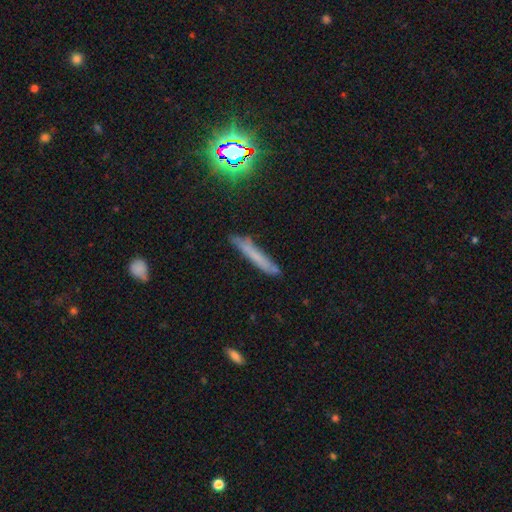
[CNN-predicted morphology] This is possibly a smooth galaxy (58%). How rounded: clearly cigar-shaped (94%). Merging: likely none (80%).